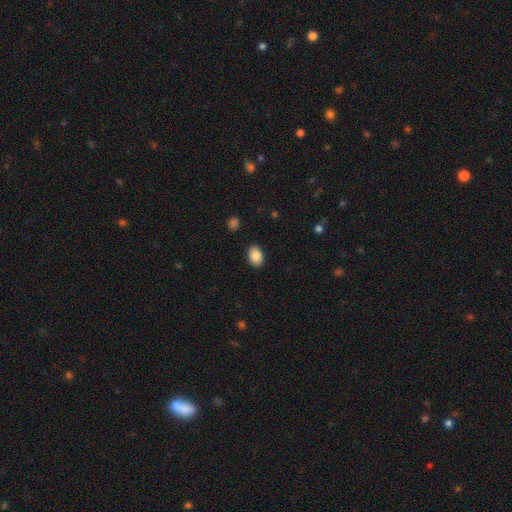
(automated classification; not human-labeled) Q: Smooth or featured?
A: smooth (86%); runner-up: star or artifact (7%)
Q: How rounded?
A: in between (83%); runner-up: round (16%)
Q: Merging?
A: none (89%); runner-up: minor disturbance (8%)